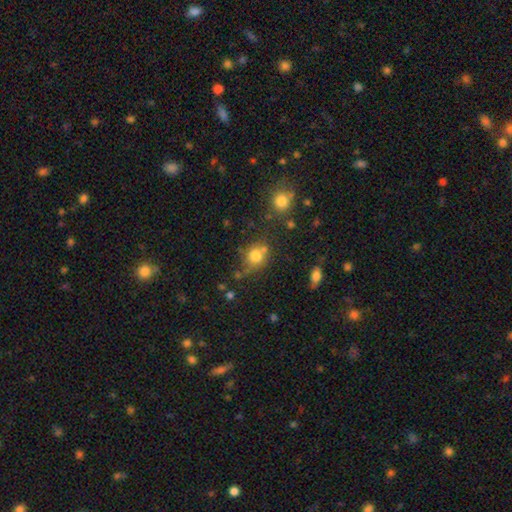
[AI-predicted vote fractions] A smooth galaxy with no disk features (78%) that is round (79%). Merging: none (63%).